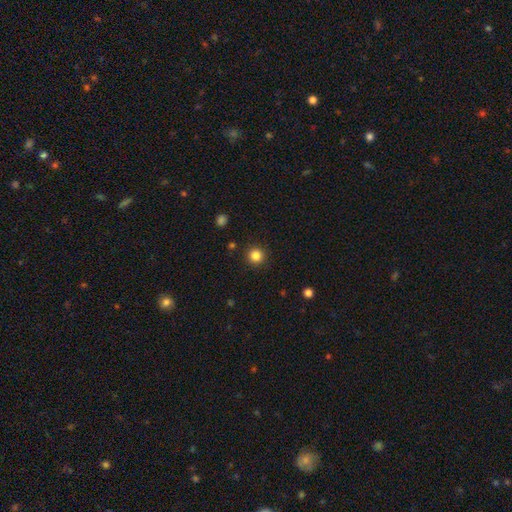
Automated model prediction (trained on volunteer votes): Overall: smooth (84%). How rounded: round (95%). Merging: none (92%).